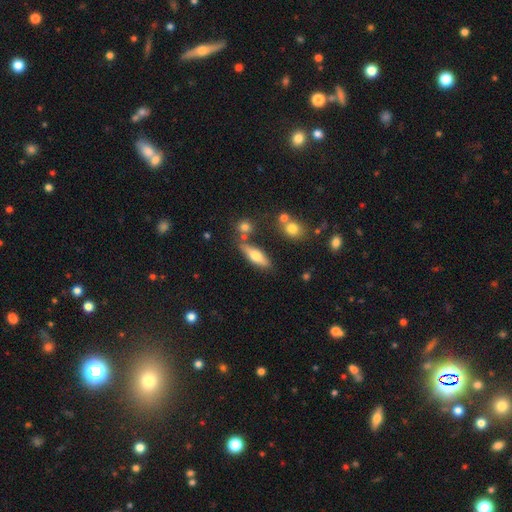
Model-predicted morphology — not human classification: A smooth galaxy with no disk features (58%) that is cigar-shaped (49%).

Vote fractions:
- Smooth or featured? smooth: 58% / featured or disk: 35% / star or artifact: 7%
- How rounded? cigar-shaped: 49% / in between: 47% / round: 3%
- Merging? none: 72% / minor disturbance: 14% / merger: 10% / major disturbance: 4%